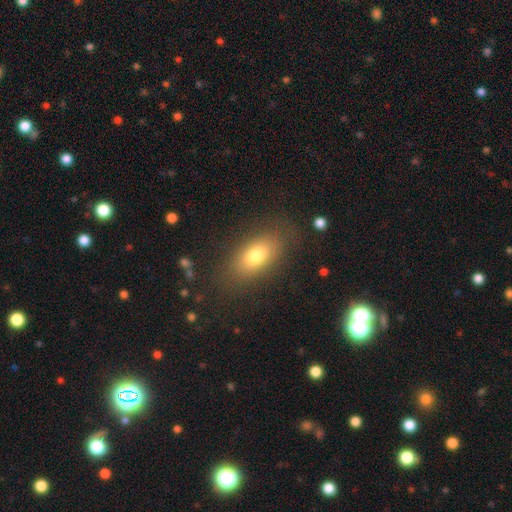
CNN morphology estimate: smooth-or-featured: smooth: 73% | featured or disk: 17% | star or artifact: 10%
  how-rounded: in between: 84% | round: 8% | cigar-shaped: 8%
  merging: none: 82% | minor disturbance: 12% | major disturbance: 5% | merger: 1%